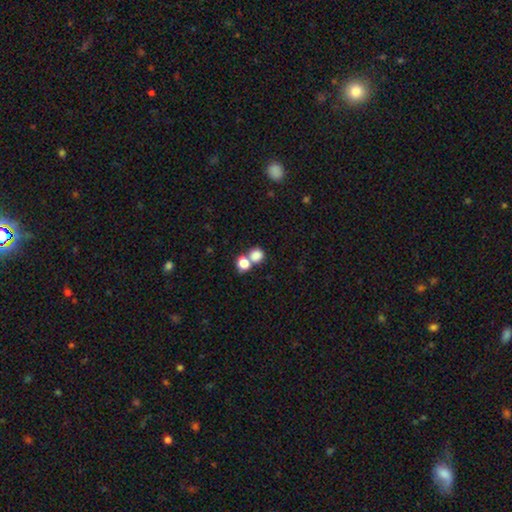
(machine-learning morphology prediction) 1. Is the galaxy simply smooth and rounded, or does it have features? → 80% smooth, 13% star or artifact, 7% featured or disk.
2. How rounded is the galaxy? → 80% round, 19% in between, 1% cigar-shaped.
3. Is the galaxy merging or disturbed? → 50% none, 40% merger, 7% minor disturbance, 4% major disturbance.